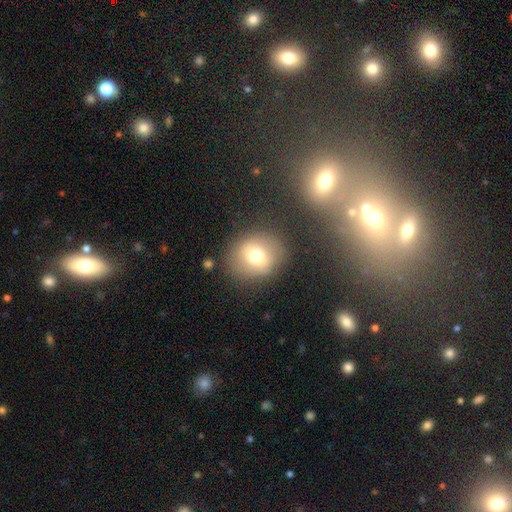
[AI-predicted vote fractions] A smooth galaxy with no disk features (70%) that is round (74%).

Vote fractions:
- Smooth or featured? smooth: 70% / featured or disk: 18% / star or artifact: 12%
- How rounded? round: 74% / in between: 25% / cigar-shaped: 1%
- Merging? none: 80% / minor disturbance: 12% / major disturbance: 5% / merger: 4%